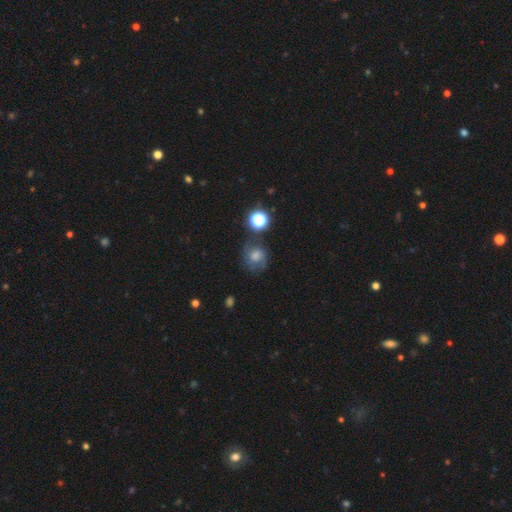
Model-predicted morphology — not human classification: Overall: featured or disk (44%; smooth 40%). Merging: none (62%).